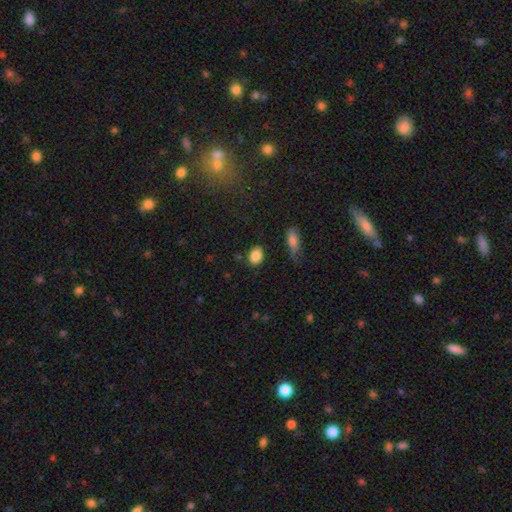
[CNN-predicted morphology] A smooth galaxy with no disk features (87%) that is in between round and cigar-shaped (67%).

Vote fractions:
- Smooth or featured? smooth: 87% / star or artifact: 9% / featured or disk: 5%
- How rounded? in between: 67% / round: 31% / cigar-shaped: 2%
- Merging? none: 82% / minor disturbance: 12% / major disturbance: 3% / merger: 3%